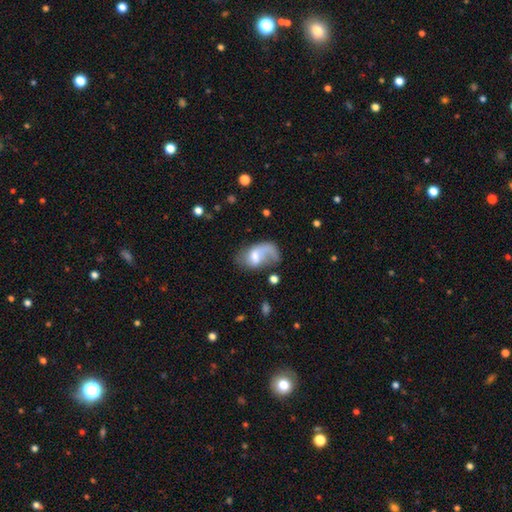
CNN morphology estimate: This is possibly a featured or disk galaxy (51%). It is clearly not viewed edge-on (96%). Merging: marginally major disturbance (44%).